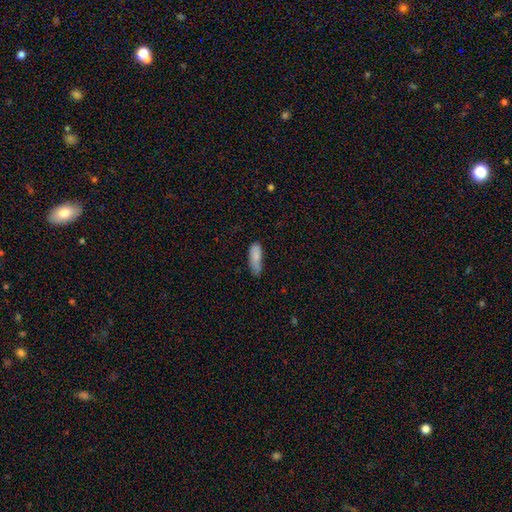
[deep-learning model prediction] This is clearly a smooth galaxy (84%). How rounded: likely in between (62%). Merging: possibly none (50%).